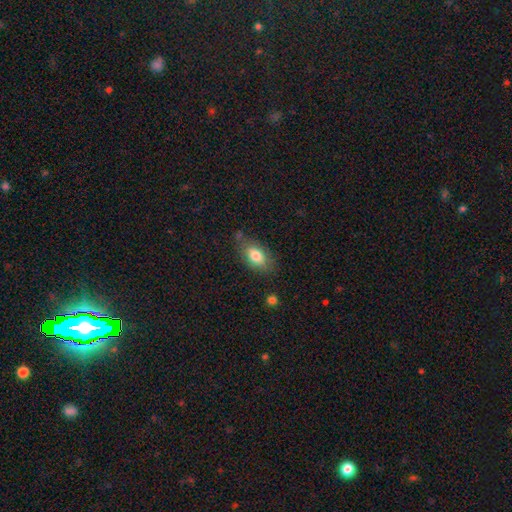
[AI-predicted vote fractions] This is likely a smooth galaxy (79%). How rounded: clearly in between (89%). Merging: likely none (71%).